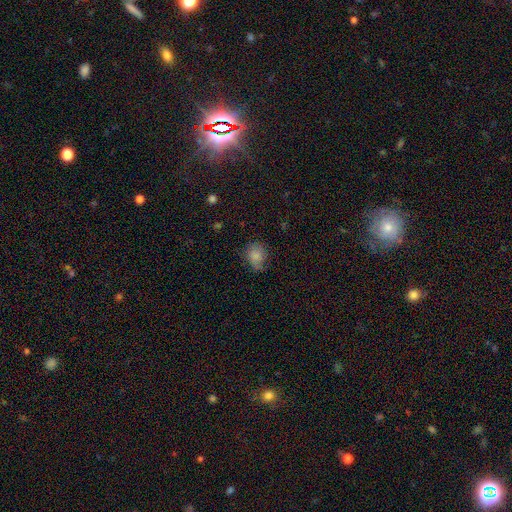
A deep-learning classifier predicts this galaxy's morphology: Smooth or featured? Predicted: smooth (p=0.79). How rounded? Predicted: round (p=0.61). Merging? Predicted: none (p=0.57).